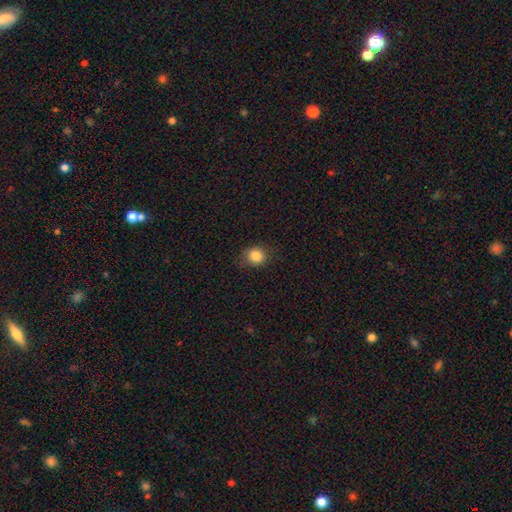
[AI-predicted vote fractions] A smooth galaxy with no disk features (85%) that is round (74%). Merging: none (80%).